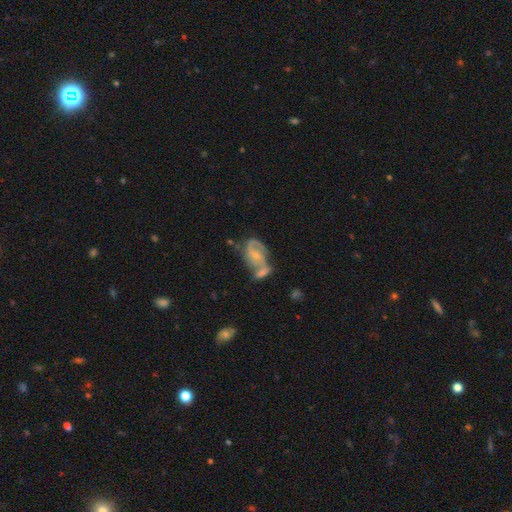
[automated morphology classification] type=featured or disk (75%); edge-on=no (97%); bar=no (50%); spiral arms=yes (89%); winding=medium (50%); arm count=2 (78%); bulge=small (58%); merging=merger (43%).